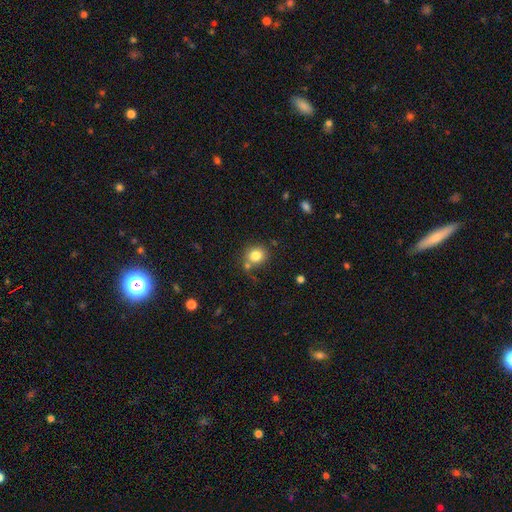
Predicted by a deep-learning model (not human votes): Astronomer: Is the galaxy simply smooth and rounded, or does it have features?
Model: smooth — 82%.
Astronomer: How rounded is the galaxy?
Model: round — 79%.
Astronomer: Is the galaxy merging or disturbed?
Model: none — 68%.